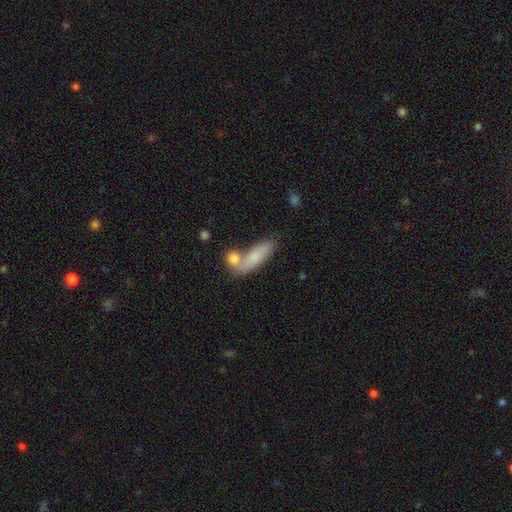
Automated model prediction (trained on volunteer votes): A smooth galaxy with no disk features (77%) that is in between round and cigar-shaped (61%). Merging: none (41%).